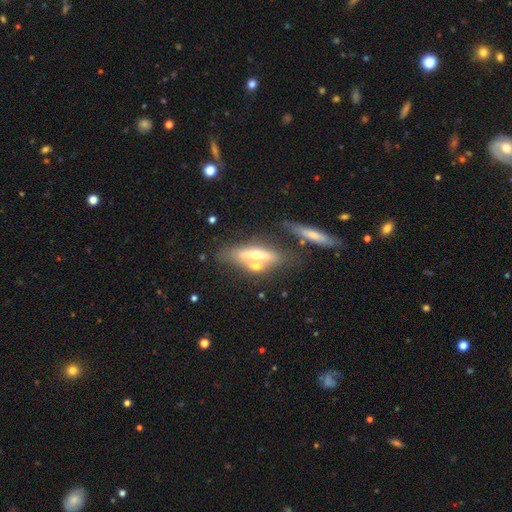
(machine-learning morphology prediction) This appears to be a featured or disk galaxy (57%) viewed edge-on (69%). Merging: none (48%).